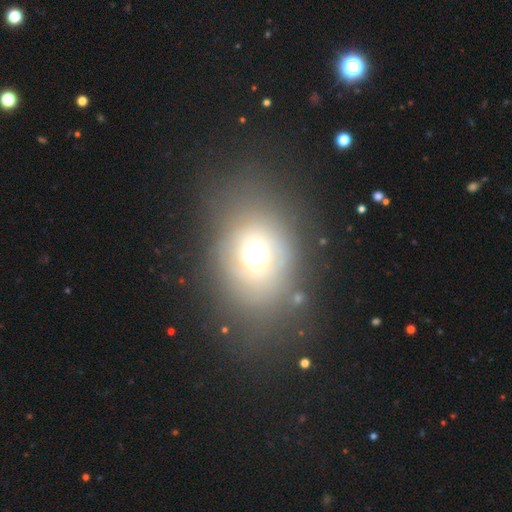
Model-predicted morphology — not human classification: smooth_or_featured: smooth (p=0.59) [alt: featured or disk p=0.23]
how_rounded: in between (p=0.63) [alt: round p=0.36]
merging: none (p=0.66) [alt: minor disturbance p=0.19]